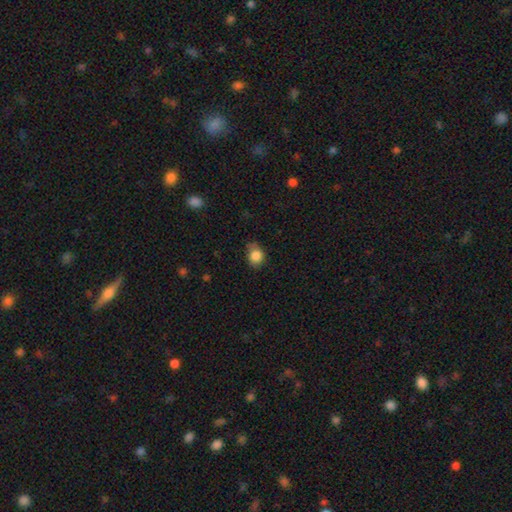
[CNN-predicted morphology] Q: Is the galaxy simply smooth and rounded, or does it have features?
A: smooth — 84%.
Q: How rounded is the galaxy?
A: round — 56%.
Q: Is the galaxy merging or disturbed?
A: none — 63%.